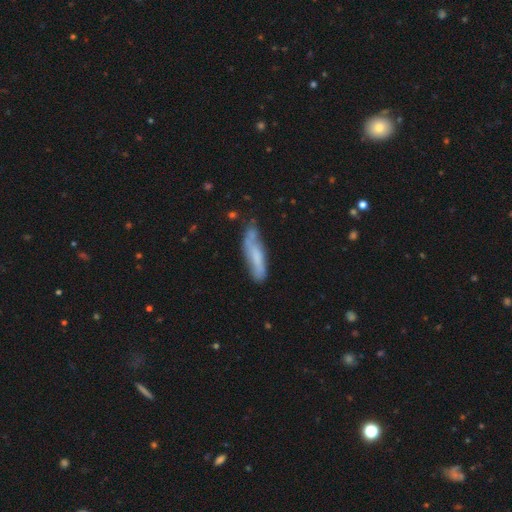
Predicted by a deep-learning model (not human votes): smooth 52%, featured or disk 40%, star or artifact 8%. Down the decision tree: how rounded — cigar-shaped (73%); merging — none (52%).